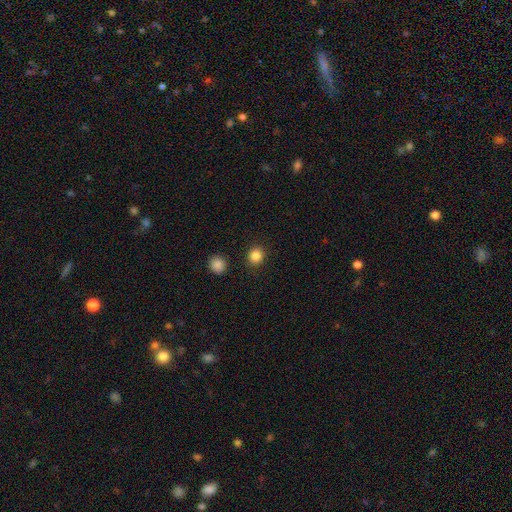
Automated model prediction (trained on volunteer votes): This appears to be a smooth galaxy with no disk features (86%) that is round (86%). Merging: none (90%).